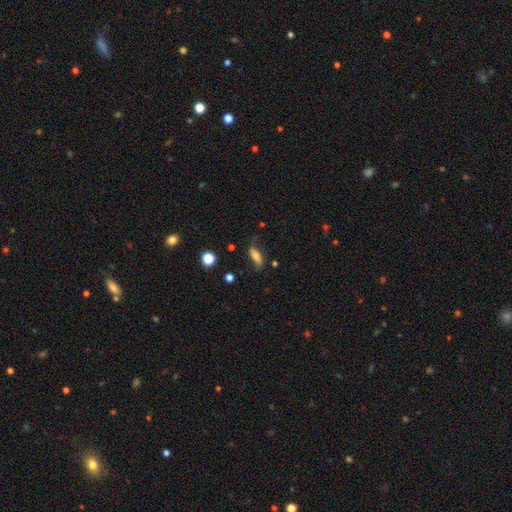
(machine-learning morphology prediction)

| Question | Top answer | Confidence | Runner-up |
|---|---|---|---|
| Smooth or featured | smooth | 56% | featured or disk (33%) |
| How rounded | in between | 61% | cigar-shaped (34%) |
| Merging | none | 59% | minor disturbance (25%) |